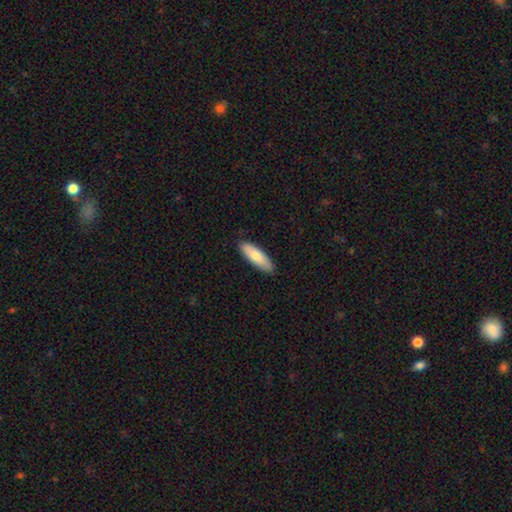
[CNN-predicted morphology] Overall: smooth (78%). How rounded: in between (55%; cigar-shaped 44%). Merging: none (88%).